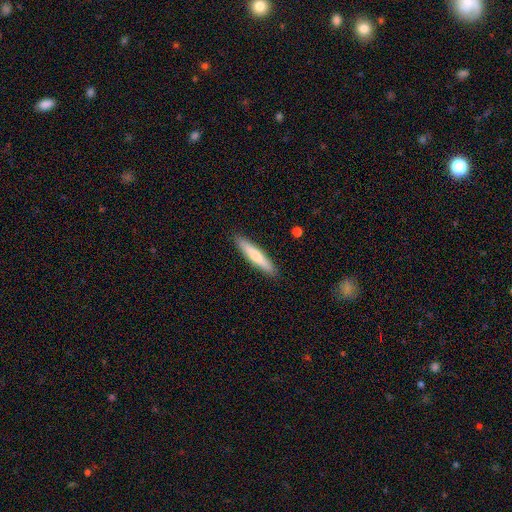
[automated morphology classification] smooth_or_featured: smooth (p=0.64) [alt: featured or disk p=0.30]
how_rounded: cigar-shaped (p=0.90) [alt: in between p=0.09]
merging: none (p=0.90) [alt: minor disturbance p=0.07]